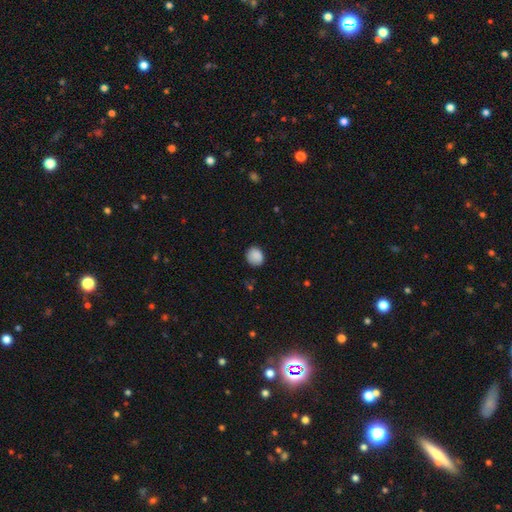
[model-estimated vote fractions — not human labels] Smooth or featured? Predicted: smooth (p=0.87). How rounded? Predicted: round (p=0.73). Merging? Predicted: none (p=0.79).